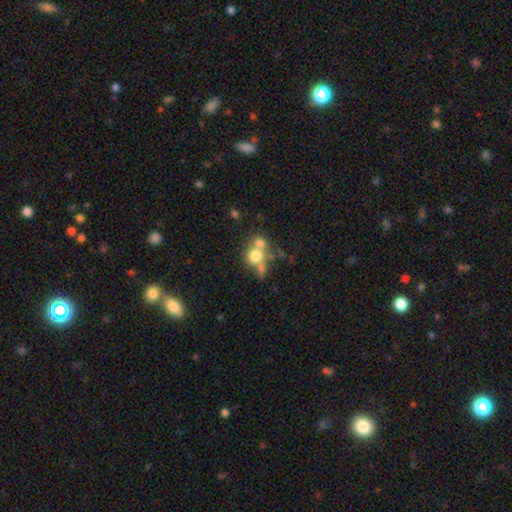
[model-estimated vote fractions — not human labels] A smooth galaxy with no disk features (68%) that is round (77%).

Vote fractions:
- Smooth or featured? smooth: 68% / featured or disk: 19% / star or artifact: 12%
- How rounded? round: 77% / in between: 21% / cigar-shaped: 1%
- Merging? merger: 53% / none: 32% / minor disturbance: 8% / major disturbance: 6%